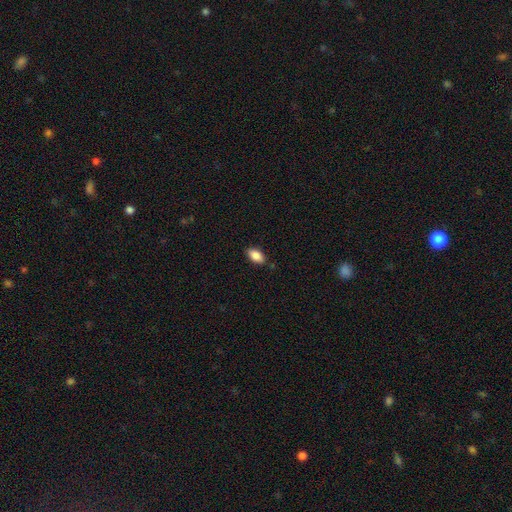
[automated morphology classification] type=smooth (87%); roundness=in between (92%); merging=none (85%).